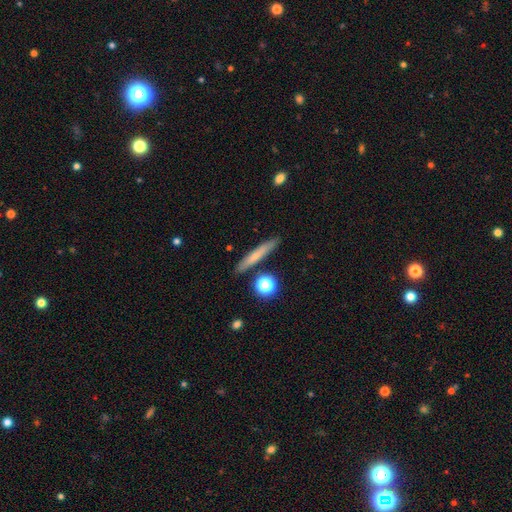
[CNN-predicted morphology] smooth-or-featured: smooth: 62% | featured or disk: 30% | star or artifact: 8%
  how-rounded: cigar-shaped: 91% | in between: 6% | round: 3%
  merging: none: 86% | minor disturbance: 9% | merger: 3% | major disturbance: 2%